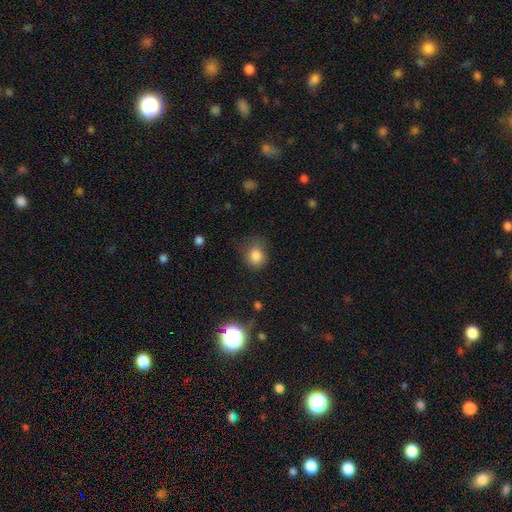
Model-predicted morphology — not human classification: Q: Smooth or featured?
A: smooth (83%); runner-up: star or artifact (11%)
Q: How rounded?
A: round (61%); runner-up: in between (38%)
Q: Merging?
A: none (60%); runner-up: minor disturbance (26%)